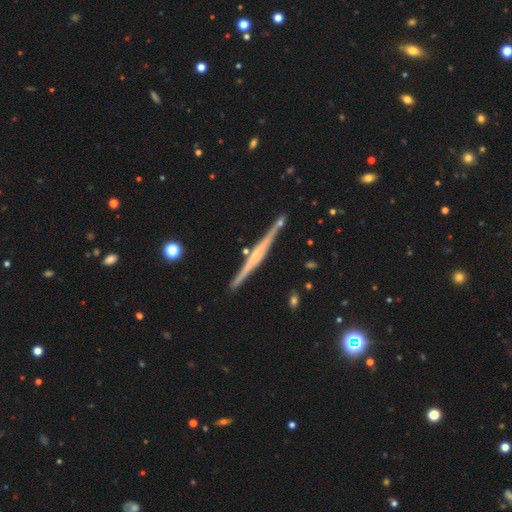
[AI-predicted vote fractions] Q: Smooth or featured?
A: featured or disk (79%); runner-up: smooth (16%)
Q: Edge-on disk?
A: yes (98%); runner-up: no (2%)
Q: Edge-on bulge?
A: rounded (49%); runner-up: none (32%)
Q: Merging?
A: none (87%); runner-up: minor disturbance (8%)